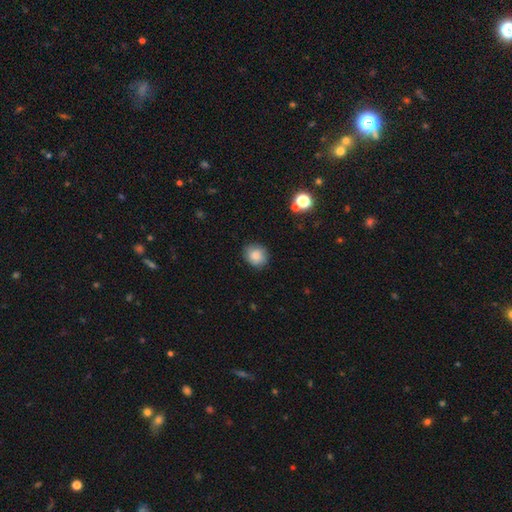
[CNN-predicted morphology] Smooth or featured? smooth (82%)
How rounded? round (76%)
Merging? none (84%)